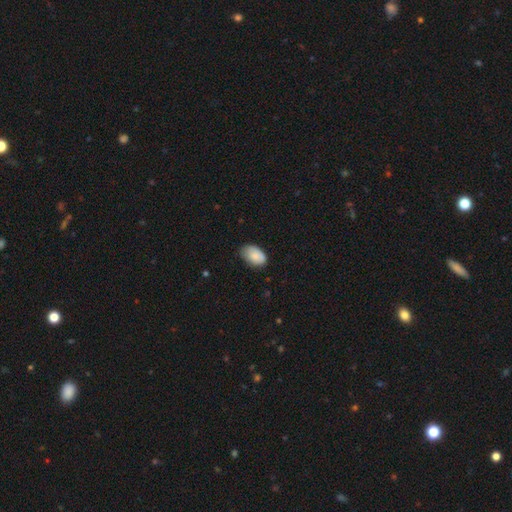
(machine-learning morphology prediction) This is clearly a smooth galaxy (85%). How rounded: clearly in between (91%). Merging: likely none (64%).